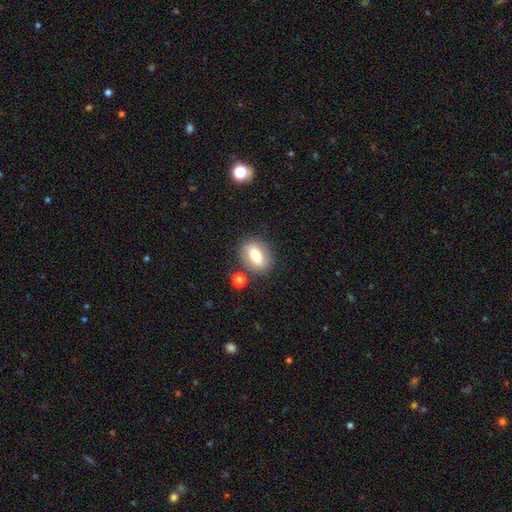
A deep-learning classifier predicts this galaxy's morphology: Smooth or featured: smooth — 61% (featured or disk — 31%)
How rounded: in between — 65% (round — 32%)
Merging: none — 79% (minor disturbance — 11%)